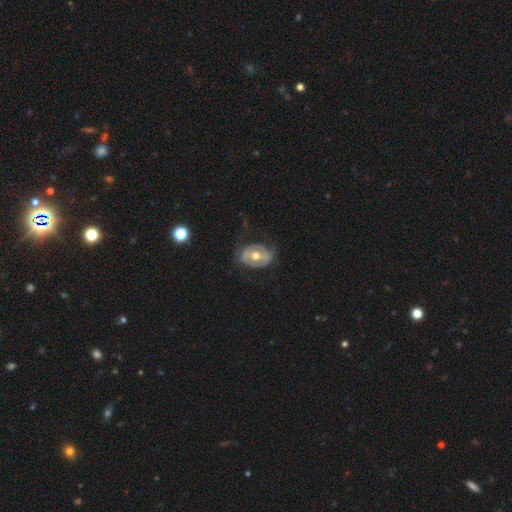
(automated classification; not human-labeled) Smooth or featured?
  - featured or disk: 62% *
  - smooth: 32%
  - star or artifact: 6%
Edge-on disk?
  - no: 94% *
  - yes: 6%
Bar?
  - no: 45% *
  - weak: 31%
  - strong: 25%
Spiral arms?
  - no: 64% *
  - yes: 36%
Bulge size?
  - moderate: 80% *
  - large: 10%
  - small: 9%
  - dominant: 1%
  - none: 1%
Merging?
  - none: 65% *
  - minor disturbance: 23%
  - major disturbance: 11%
  - merger: 1%